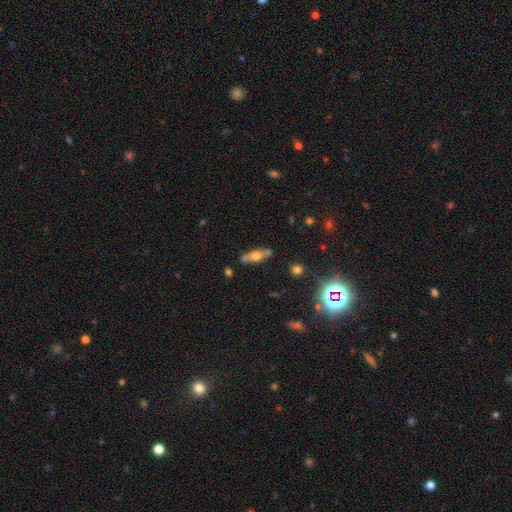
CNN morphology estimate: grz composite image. It shows a featured or disk galaxy (52%) viewed edge-on (76%). Merging: none (77%).